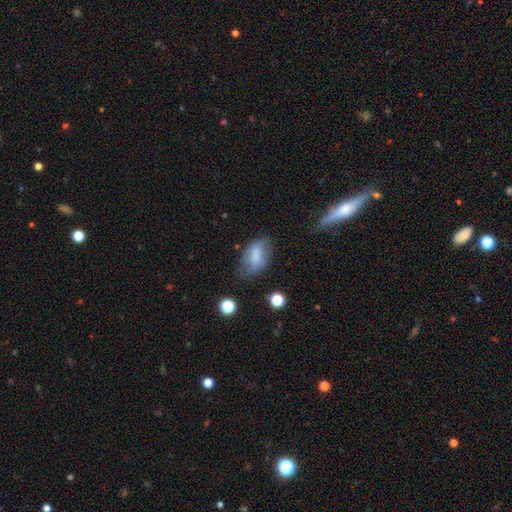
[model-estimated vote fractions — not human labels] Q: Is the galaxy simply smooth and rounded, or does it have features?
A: smooth — 73%.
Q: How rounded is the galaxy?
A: in between — 91%.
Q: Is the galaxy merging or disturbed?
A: none — 55%.